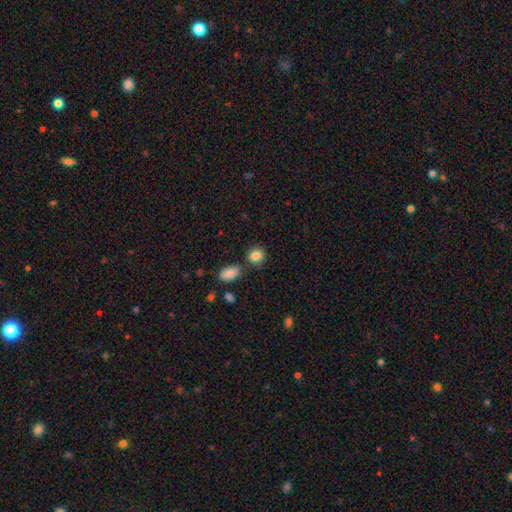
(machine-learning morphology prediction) smooth_or_featured: smooth (p=0.86) [alt: star or artifact p=0.09]
how_rounded: round (p=0.70) [alt: in between p=0.29]
merging: none (p=0.73) [alt: minor disturbance p=0.12]